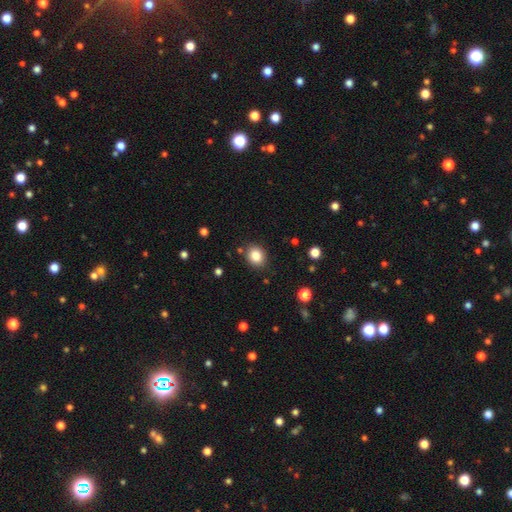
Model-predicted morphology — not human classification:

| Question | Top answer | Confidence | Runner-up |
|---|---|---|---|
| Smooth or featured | smooth | 84% | star or artifact (10%) |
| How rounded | round | 64% | in between (35%) |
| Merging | none | 87% | minor disturbance (9%) |